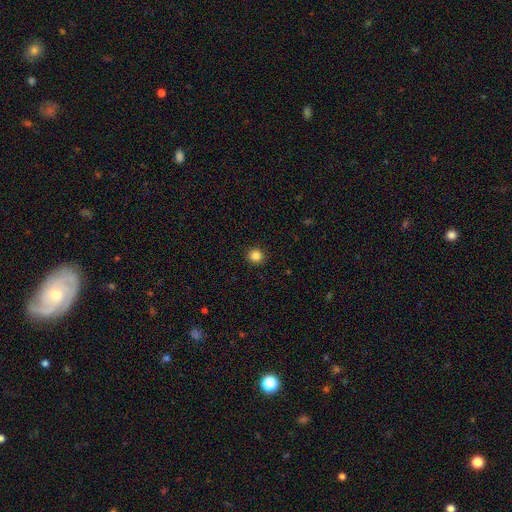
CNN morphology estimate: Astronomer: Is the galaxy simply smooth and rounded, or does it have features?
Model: smooth — 85%.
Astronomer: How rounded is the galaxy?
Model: round — 92%.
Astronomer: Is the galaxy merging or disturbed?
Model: none — 93%.